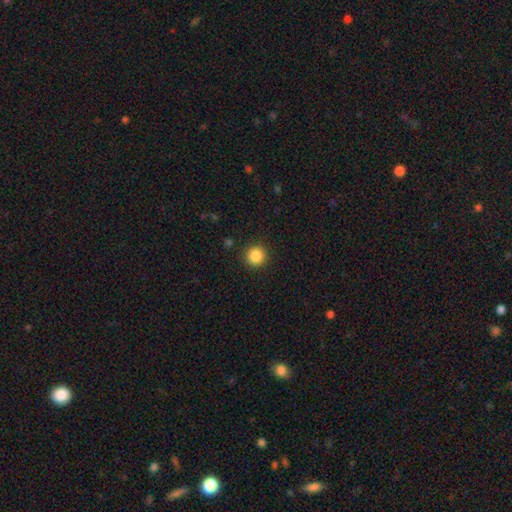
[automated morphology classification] The model was most divided on "smooth or featured": smooth: 87%, star or artifact: 10%, featured or disk: 3%. More confident: how rounded — round (94%); merging — none (91%).